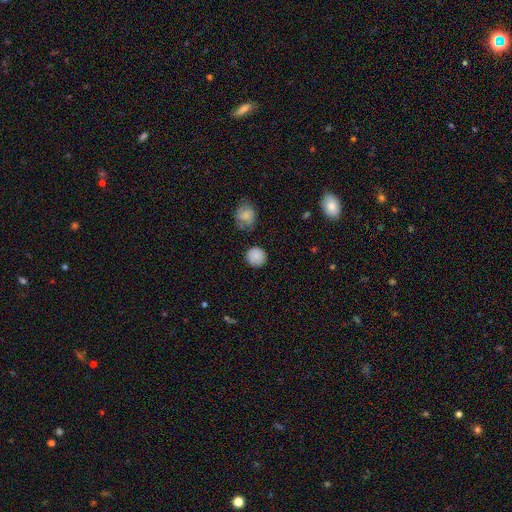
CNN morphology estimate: This is clearly a smooth galaxy (86%). How rounded: clearly round (92%). Merging: clearly none (85%).